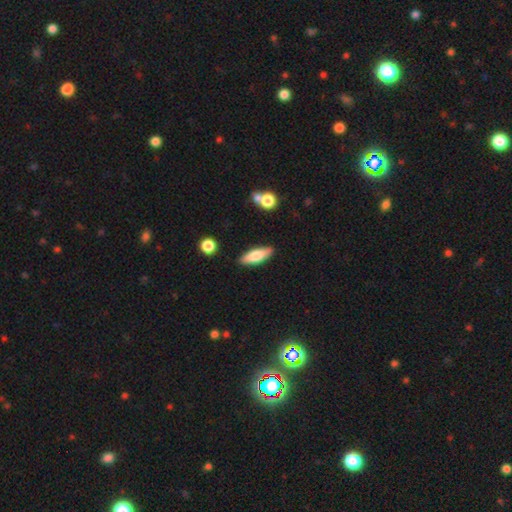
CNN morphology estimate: smooth-or-featured: smooth: 71% | featured or disk: 23% | star or artifact: 6%
  how-rounded: in between: 54% | cigar-shaped: 44% | round: 2%
  merging: none: 85% | minor disturbance: 10% | merger: 2% | major disturbance: 2%